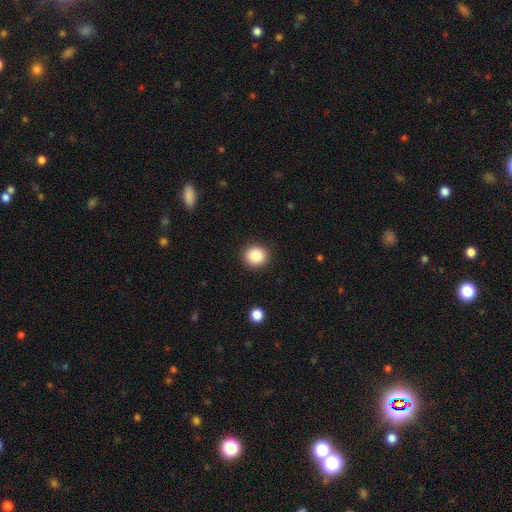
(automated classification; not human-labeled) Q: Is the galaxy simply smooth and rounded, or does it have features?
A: smooth — 87%.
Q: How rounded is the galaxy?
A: round — 86%.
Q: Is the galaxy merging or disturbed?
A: none — 90%.